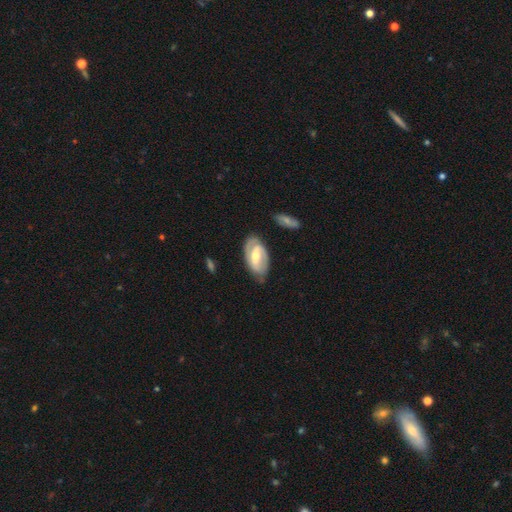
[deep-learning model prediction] A featured or disk galaxy (70%) with a strong bar (44%), spiral arms (72%) and a moderate central bulge (64%). Merging: none (69%).